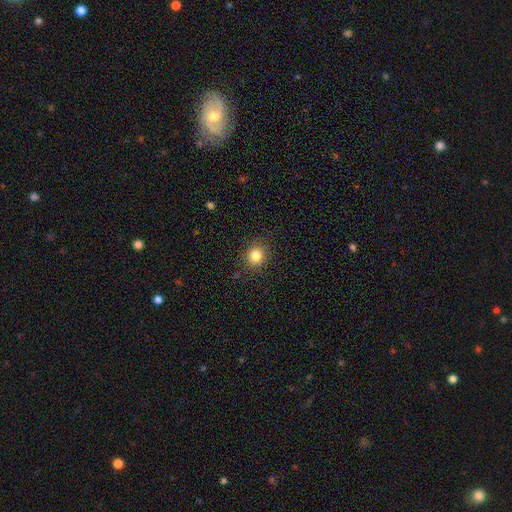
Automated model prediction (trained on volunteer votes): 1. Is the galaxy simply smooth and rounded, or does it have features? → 82% smooth, 12% star or artifact, 6% featured or disk.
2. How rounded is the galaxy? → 88% round, 11% in between, 1% cigar-shaped.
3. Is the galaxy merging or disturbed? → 89% none, 7% minor disturbance, 2% major disturbance, 1% merger.